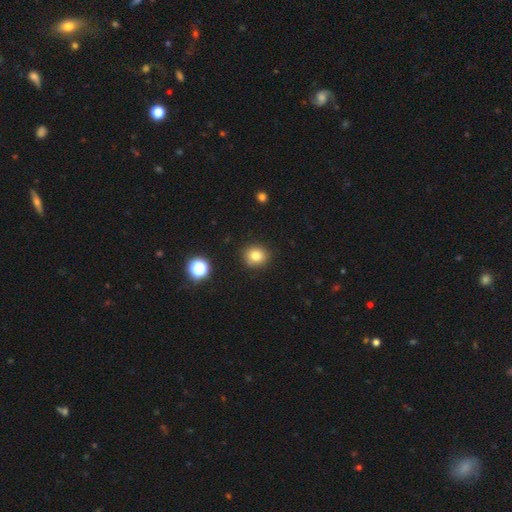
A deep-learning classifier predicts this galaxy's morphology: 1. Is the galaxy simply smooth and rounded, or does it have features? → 81% smooth, 13% star or artifact, 7% featured or disk.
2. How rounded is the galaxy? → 83% round, 16% in between, 1% cigar-shaped.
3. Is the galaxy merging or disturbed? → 88% none, 8% minor disturbance, 2% major disturbance, 2% merger.